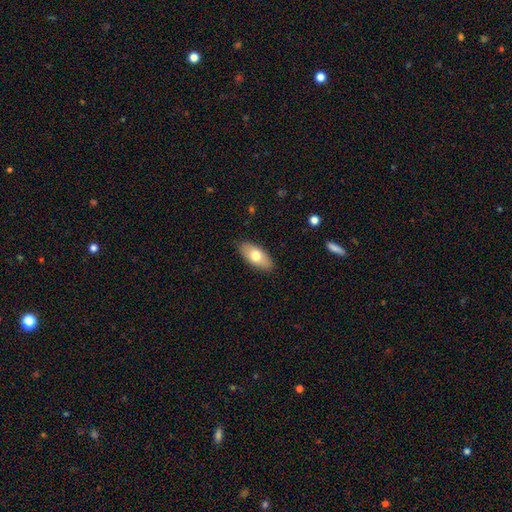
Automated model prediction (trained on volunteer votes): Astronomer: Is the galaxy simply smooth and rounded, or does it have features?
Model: smooth — 72%.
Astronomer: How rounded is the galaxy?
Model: in between — 91%.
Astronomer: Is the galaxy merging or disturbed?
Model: none — 88%.